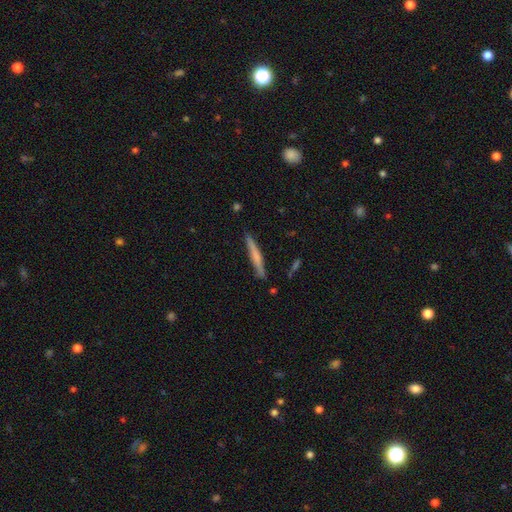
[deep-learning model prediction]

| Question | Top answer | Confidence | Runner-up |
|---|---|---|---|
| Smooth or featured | smooth | 55% | featured or disk (39%) |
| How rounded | cigar-shaped | 96% | in between (3%) |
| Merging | none | 86% | minor disturbance (10%) |